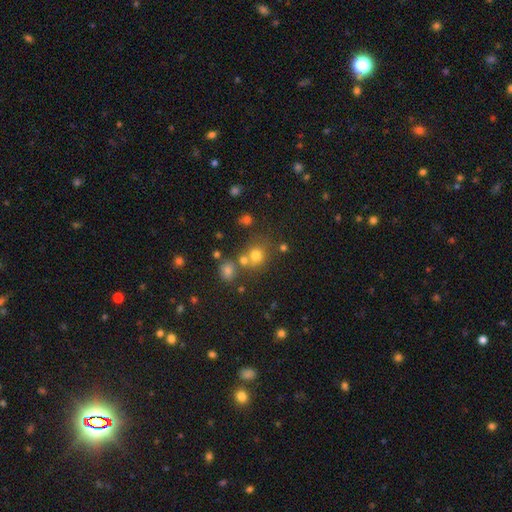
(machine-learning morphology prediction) A smooth galaxy with no disk features (71%) that is round (83%). Merging: none (60%).